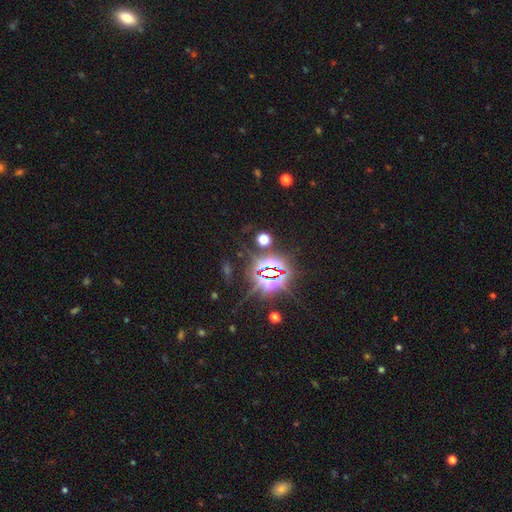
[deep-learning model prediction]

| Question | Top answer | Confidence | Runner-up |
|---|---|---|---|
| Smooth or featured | star or artifact | 81% | smooth (10%) |